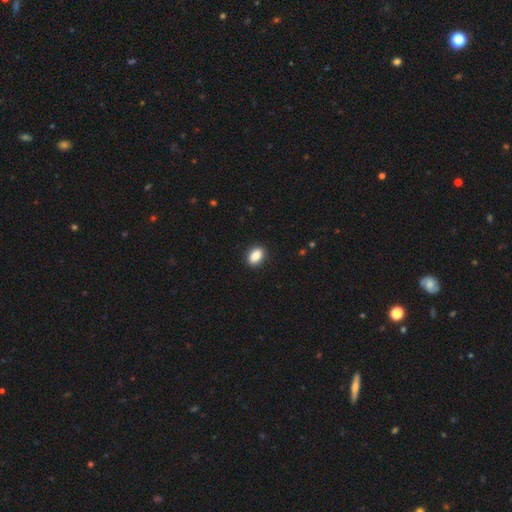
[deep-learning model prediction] Overall: smooth (87%). How rounded: in between (85%). Merging: none (90%).